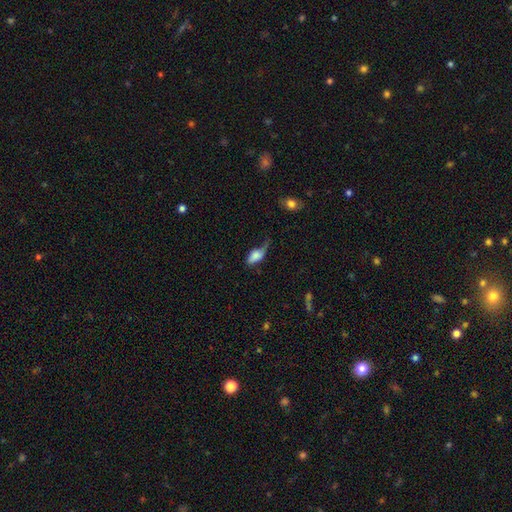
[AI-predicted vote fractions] This appears to be a smooth galaxy with no disk features (71%) that is in between round and cigar-shaped (86%). Merging: minor disturbance (35%).